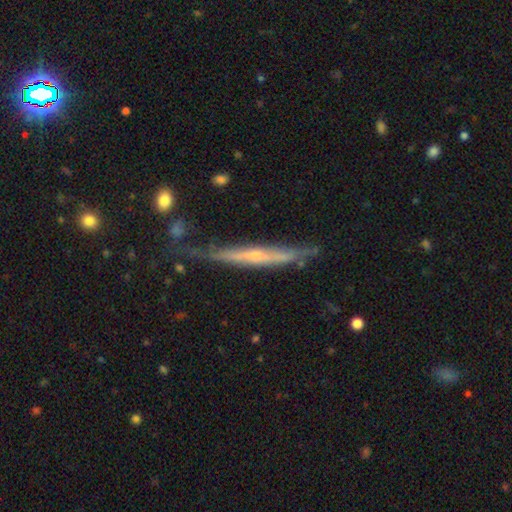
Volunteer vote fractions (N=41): featured or disk 80%, smooth 12%, star or artifact 7%. Down the decision tree: edge-on disk — yes (97%); edge-on bulge — rounded (75%); merging — none (63%).